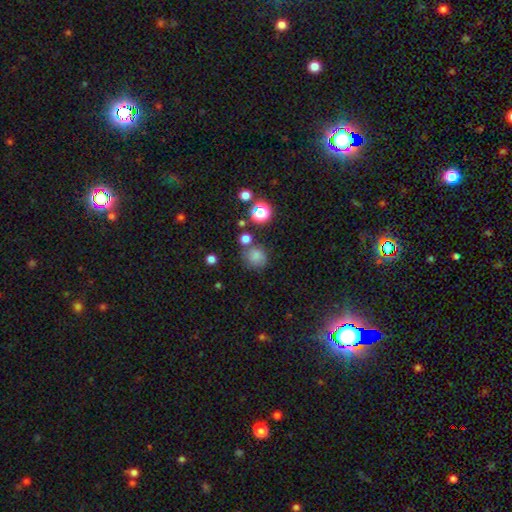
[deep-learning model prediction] This is likely a smooth galaxy (76%). How rounded: clearly round (86%). Merging: likely none (70%).